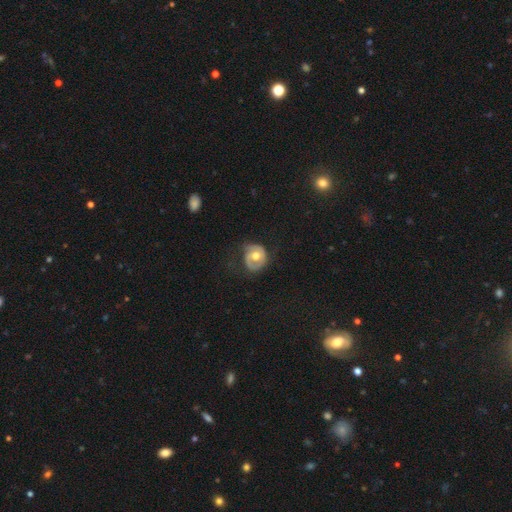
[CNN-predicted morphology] Smooth or featured: featured or disk — 56% (smooth — 37%)
Edge-on disk: no — 97% (yes — 3%)
Bar: no — 70% (weak — 23%)
Spiral arms: yes — 56% (no — 44%)
Bulge size: moderate — 72% (large — 20%)
Merging: none — 59% (minor disturbance — 25%)